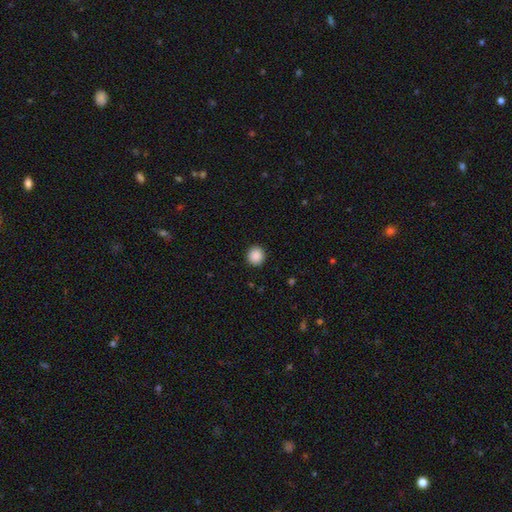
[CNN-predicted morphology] Smooth or featured: smooth — 89% (star or artifact — 9%)
How rounded: round — 92% (in between — 7%)
Merging: none — 92% (minor disturbance — 5%)